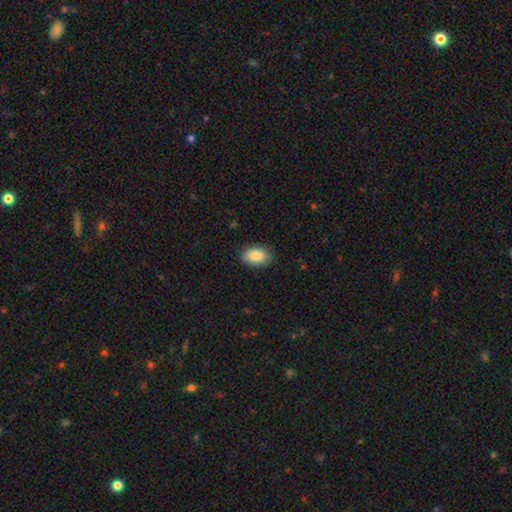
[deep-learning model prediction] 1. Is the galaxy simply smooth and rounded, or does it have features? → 87% smooth, 7% star or artifact, 6% featured or disk.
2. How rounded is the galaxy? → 90% in between, 9% round, 1% cigar-shaped.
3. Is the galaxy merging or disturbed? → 87% none, 9% minor disturbance, 2% major disturbance, 1% merger.